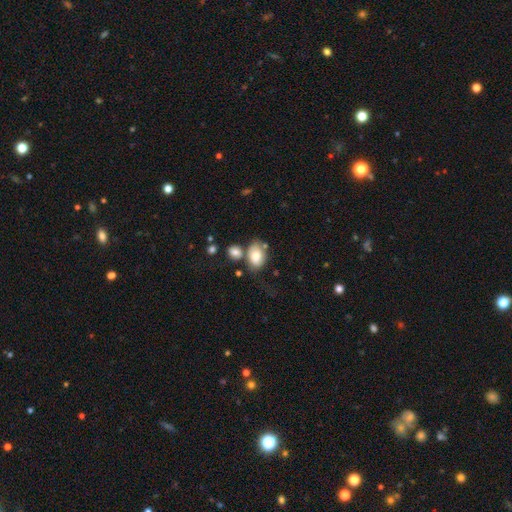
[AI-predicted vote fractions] Morphology: type=smooth (77%); roundness=in between (83%); merging=none (47%).